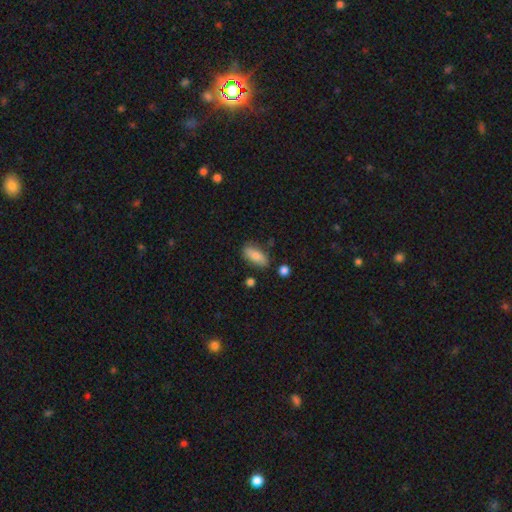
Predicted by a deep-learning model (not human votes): Smooth or featured? smooth (80%)
How rounded? in between (79%)
Merging? none (76%)